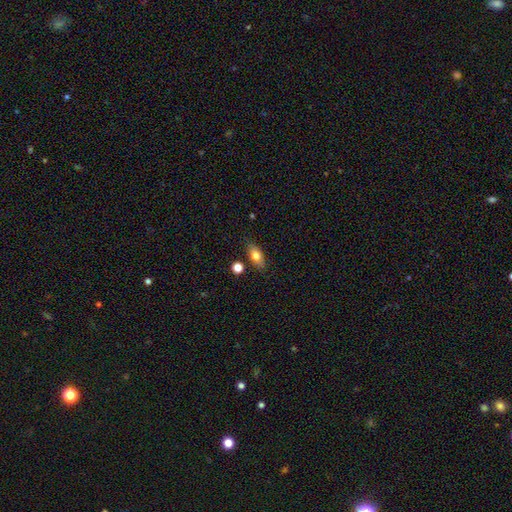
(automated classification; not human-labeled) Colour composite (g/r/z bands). It shows a smooth galaxy with no disk features (76%) that is in between round and cigar-shaped (83%). Merging: none (81%).